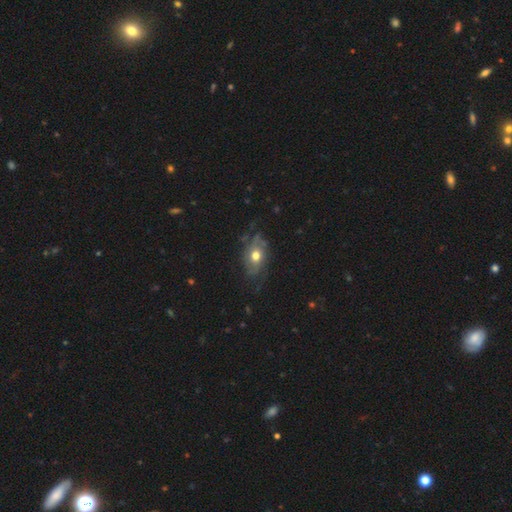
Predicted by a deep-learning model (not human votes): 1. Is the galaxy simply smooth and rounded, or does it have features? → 53% featured or disk, 38% smooth, 9% star or artifact.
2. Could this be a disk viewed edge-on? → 91% no, 9% yes.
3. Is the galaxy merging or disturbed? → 62% none, 24% minor disturbance, 12% major disturbance, 2% merger.